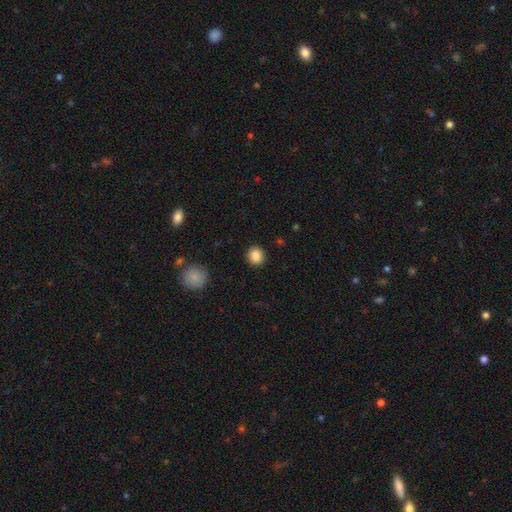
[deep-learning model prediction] This is clearly a smooth galaxy (87%). How rounded: clearly round (81%). Merging: clearly none (90%).